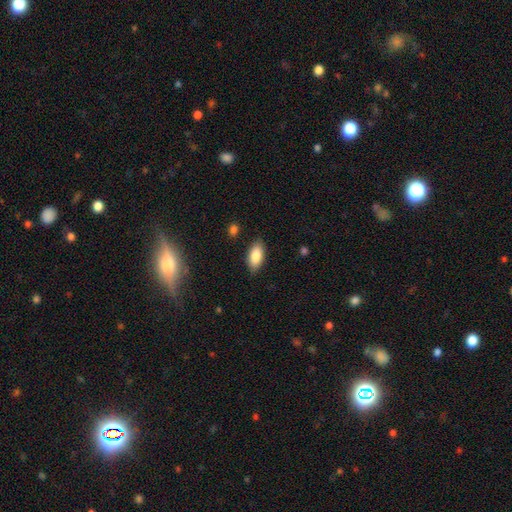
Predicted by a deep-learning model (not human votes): smooth_or_featured: smooth (p=0.86) [alt: featured or disk p=0.07]
how_rounded: in between (p=0.90) [alt: cigar-shaped p=0.07]
merging: none (p=0.86) [alt: minor disturbance p=0.10]